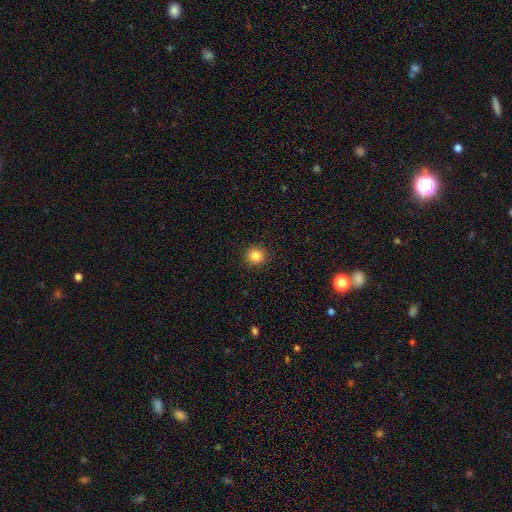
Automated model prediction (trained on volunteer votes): Smooth or featured? Predicted: smooth (p=0.83). How rounded? Predicted: round (p=0.93). Merging? Predicted: none (p=0.92).